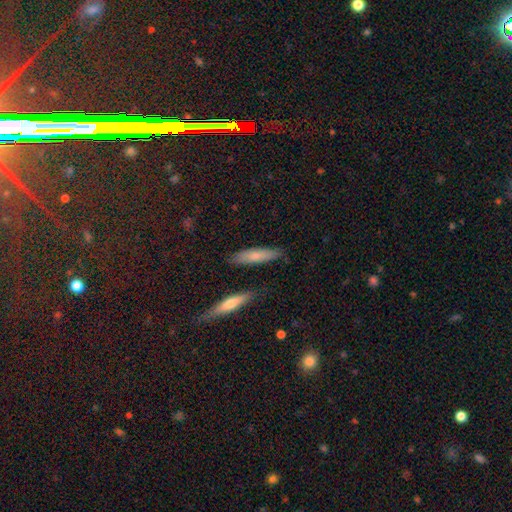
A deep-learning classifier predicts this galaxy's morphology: Q: Smooth or featured?
A: smooth (72%); runner-up: featured or disk (21%)
Q: How rounded?
A: cigar-shaped (74%); runner-up: in between (24%)
Q: Merging?
A: none (84%); runner-up: minor disturbance (11%)